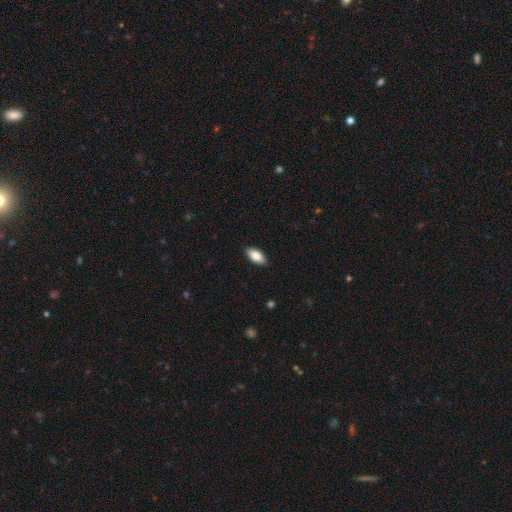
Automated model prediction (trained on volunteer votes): A smooth galaxy with no disk features (84%) that is in between round and cigar-shaped (90%).

Vote fractions:
- Smooth or featured? smooth: 84% / featured or disk: 10% / star or artifact: 6%
- How rounded? in between: 90% / cigar-shaped: 8% / round: 2%
- Merging? none: 89% / minor disturbance: 9% / major disturbance: 2% / merger: 1%